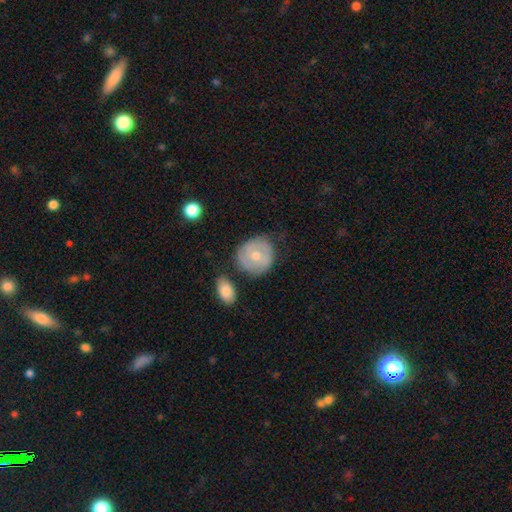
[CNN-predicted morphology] This appears to be a smooth galaxy with no disk features (50%). Merging: none (68%).